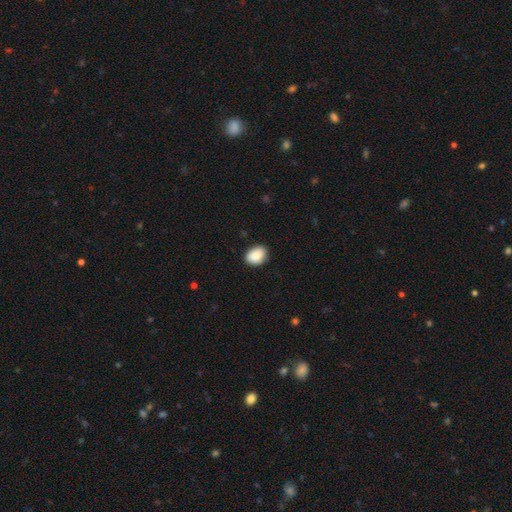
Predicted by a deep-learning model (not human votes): Overall: smooth (89%). How rounded: in between (70%). Merging: none (87%).